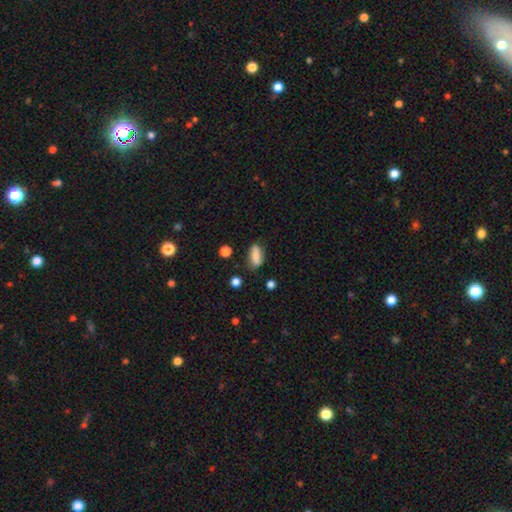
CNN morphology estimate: This is likely a smooth galaxy (80%). How rounded: likely in between (73%). Merging: likely none (69%).